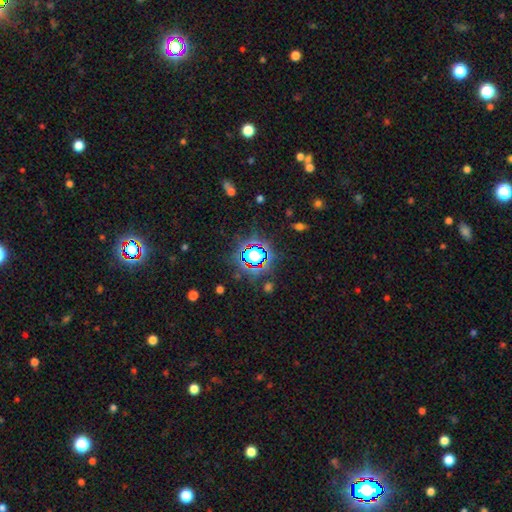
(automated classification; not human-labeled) Q: Smooth or featured?
A: star or artifact (80%); runner-up: smooth (13%)